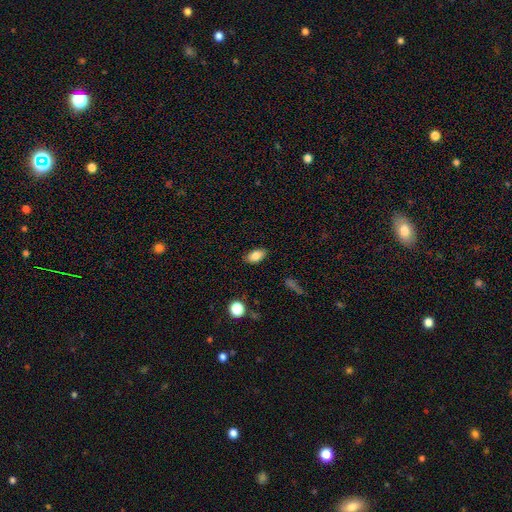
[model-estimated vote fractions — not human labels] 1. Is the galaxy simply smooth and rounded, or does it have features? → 83% smooth, 8% star or artifact, 8% featured or disk.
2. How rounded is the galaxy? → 90% in between, 6% round, 4% cigar-shaped.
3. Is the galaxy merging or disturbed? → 87% none, 10% minor disturbance, 2% major disturbance, 1% merger.